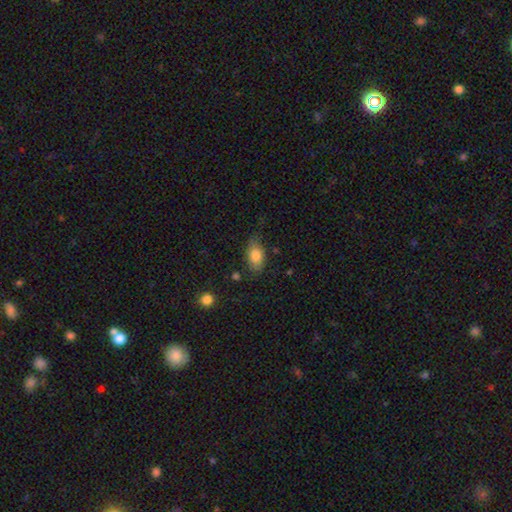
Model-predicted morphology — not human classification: Q: Smooth or featured?
A: smooth (81%); runner-up: featured or disk (12%)
Q: How rounded?
A: in between (89%); runner-up: round (7%)
Q: Merging?
A: none (70%); runner-up: minor disturbance (22%)